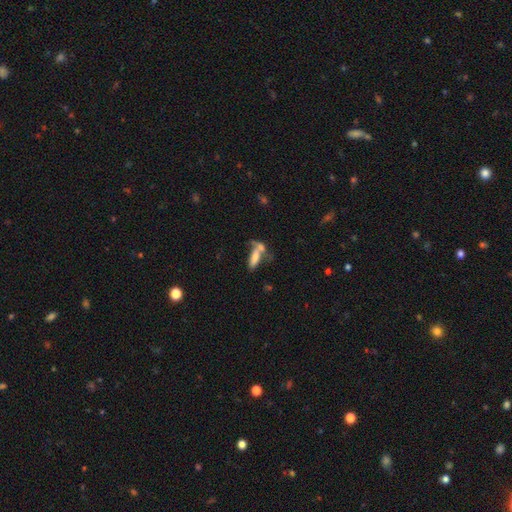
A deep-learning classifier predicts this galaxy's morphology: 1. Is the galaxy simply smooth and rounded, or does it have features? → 67% smooth, 22% featured or disk, 11% star or artifact.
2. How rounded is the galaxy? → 54% in between, 43% cigar-shaped, 3% round.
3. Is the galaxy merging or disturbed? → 46% merger, 30% none, 13% minor disturbance, 11% major disturbance.